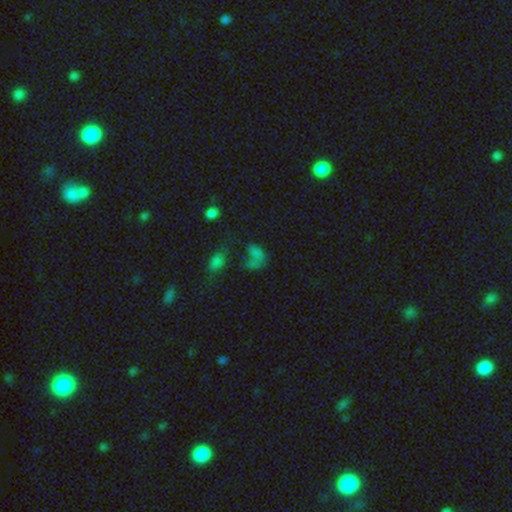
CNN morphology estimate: The model was most divided on "merging": none: 34%, merger: 27%, major disturbance: 23%, minor disturbance: 16%. More confident: how rounded — in between (70%); smooth or featured — smooth (55%).